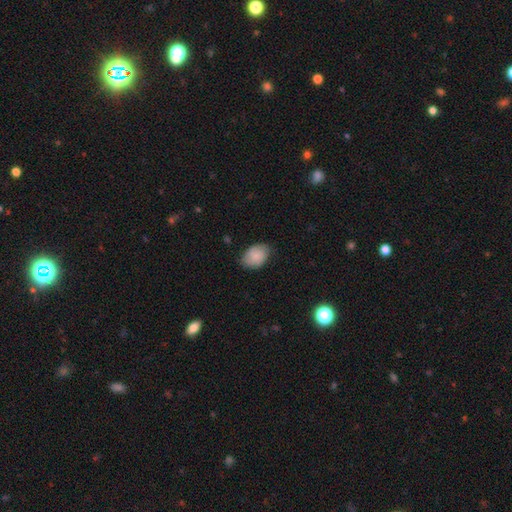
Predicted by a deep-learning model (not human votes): Smooth or featured?
  - smooth: 84% *
  - featured or disk: 9%
  - star or artifact: 7%
How rounded?
  - in between: 80% *
  - round: 19%
  - cigar-shaped: 1%
Merging?
  - none: 72% *
  - minor disturbance: 23%
  - major disturbance: 4%
  - merger: 1%